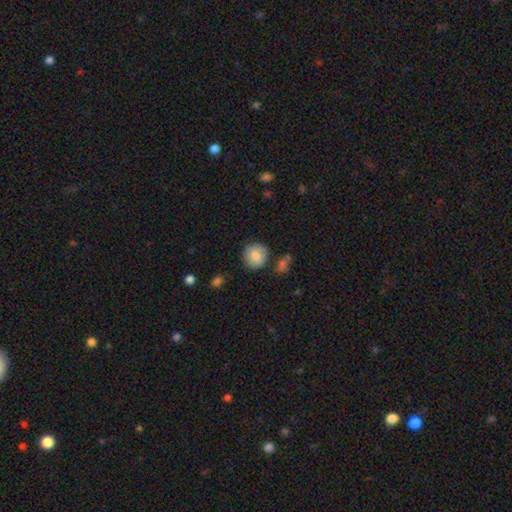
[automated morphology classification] Smooth or featured? Predicted: smooth (p=0.80). How rounded? Predicted: round (p=0.87). Merging? Predicted: none (p=0.78).